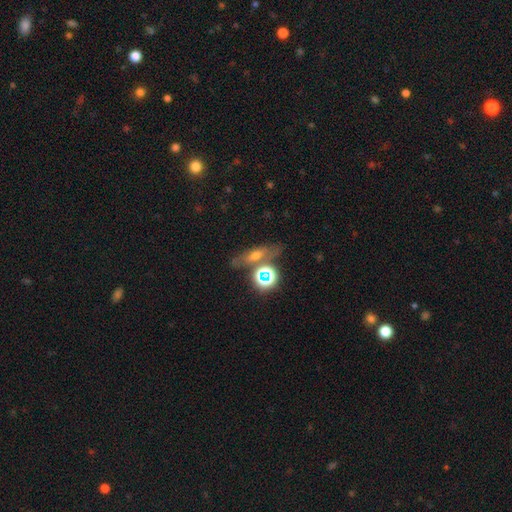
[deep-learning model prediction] A smooth galaxy with no disk features (37%). Merging: none (65%).